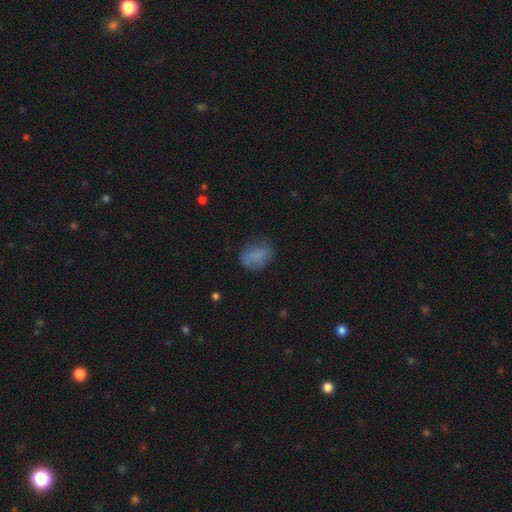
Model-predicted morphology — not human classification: smooth 77%, featured or disk 14%, star or artifact 9%. Down the decision tree: how rounded — in between (70%); merging — none (66%).